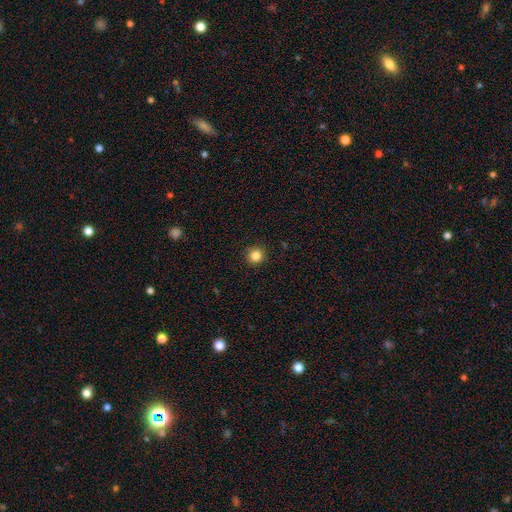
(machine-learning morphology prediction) The model was most divided on "smooth or featured": smooth: 85%, star or artifact: 11%, featured or disk: 4%. More confident: how rounded — round (95%); merging — none (92%).